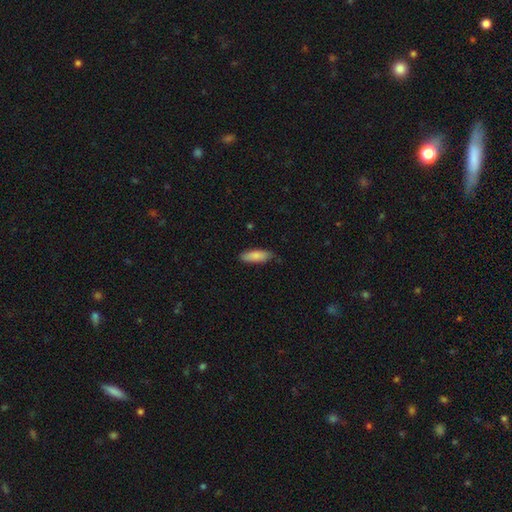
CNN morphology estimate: Smooth or featured: smooth — 86% (featured or disk — 9%)
How rounded: in between — 58% (cigar-shaped — 40%)
Merging: none — 80% (minor disturbance — 17%)